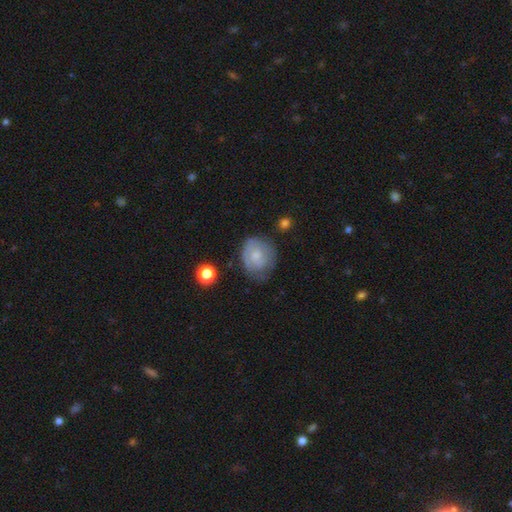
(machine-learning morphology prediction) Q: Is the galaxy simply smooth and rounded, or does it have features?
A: featured or disk — 48%.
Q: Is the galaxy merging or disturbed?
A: none — 59%.